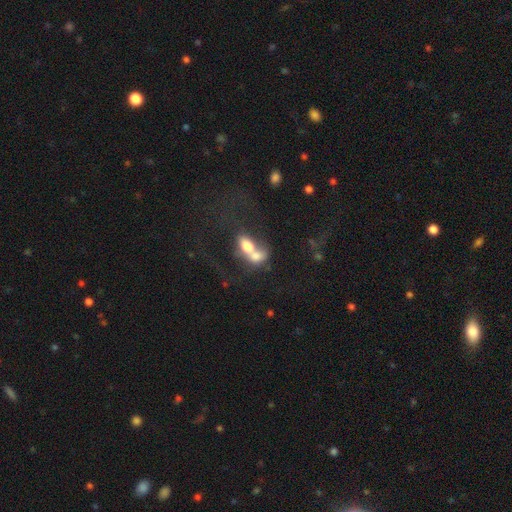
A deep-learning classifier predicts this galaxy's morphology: This is likely a smooth galaxy (65%). How rounded: likely in between (78%). Merging: likely merger (76%).